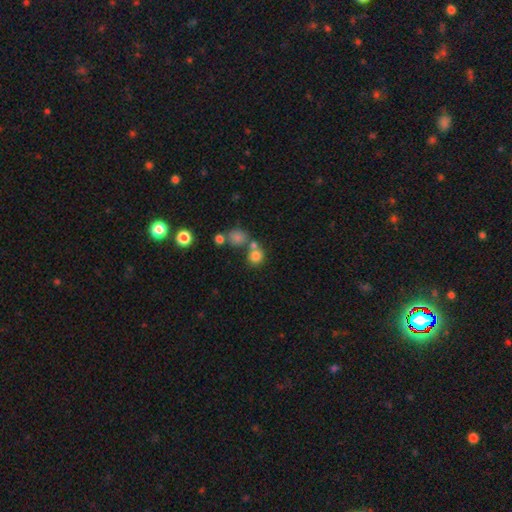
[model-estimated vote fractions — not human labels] Q: Smooth or featured?
A: smooth (77%); runner-up: star or artifact (14%)
Q: How rounded?
A: round (84%); runner-up: in between (15%)
Q: Merging?
A: none (53%); runner-up: merger (34%)